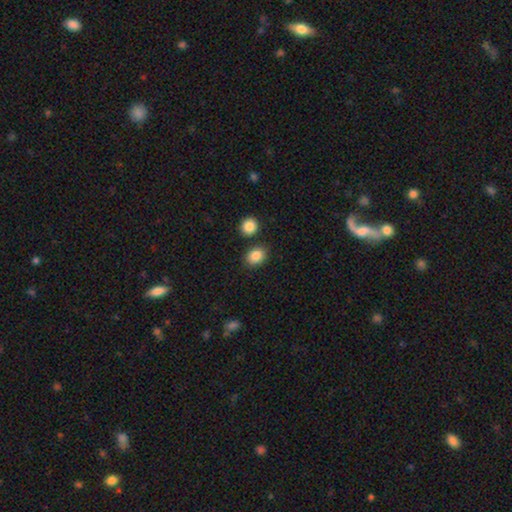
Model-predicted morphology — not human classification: This is clearly a smooth galaxy (87%). How rounded: possibly in between (57%). Merging: clearly none (80%).